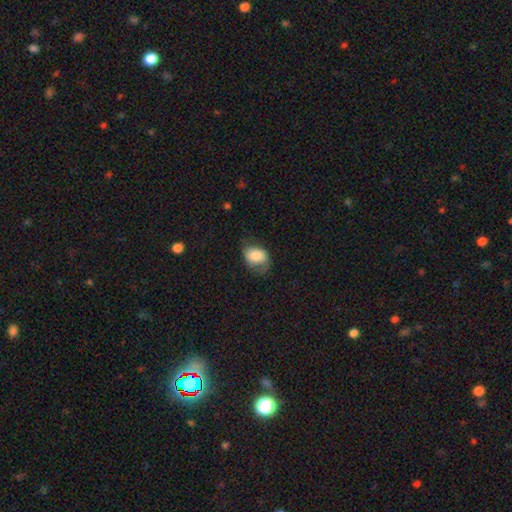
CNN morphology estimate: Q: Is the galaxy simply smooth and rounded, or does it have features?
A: smooth — 78%.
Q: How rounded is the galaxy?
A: in between — 73%.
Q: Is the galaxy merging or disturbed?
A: none — 50%.